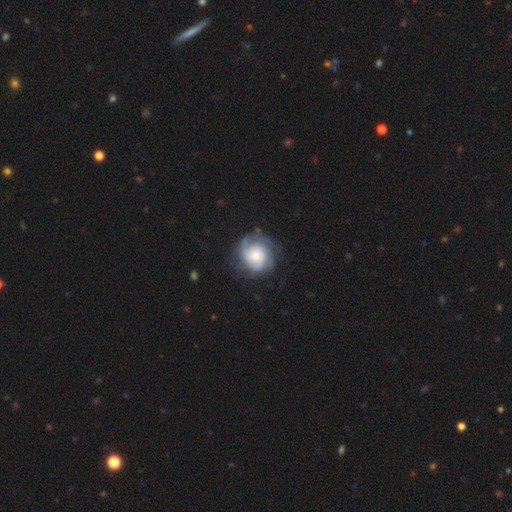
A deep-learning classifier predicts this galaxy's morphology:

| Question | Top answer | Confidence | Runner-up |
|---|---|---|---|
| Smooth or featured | featured or disk | 72% | smooth (21%) |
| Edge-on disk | no | 98% | yes (2%) |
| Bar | no | 74% | weak (23%) |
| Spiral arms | yes | 94% | no (6%) |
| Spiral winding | tight | 53% | medium (35%) |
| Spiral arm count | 2 | 31% | can't tell (26%) |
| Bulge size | moderate | 36% | small (30%) |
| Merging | none | 71% | minor disturbance (18%) |